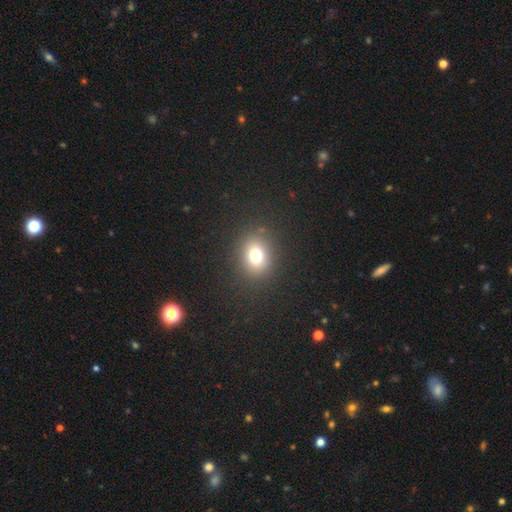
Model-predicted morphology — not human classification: Smooth or featured?
  - smooth: 75% *
  - star or artifact: 16%
  - featured or disk: 10%
How rounded?
  - round: 60% *
  - in between: 39%
  - cigar-shaped: 1%
Merging?
  - none: 87% *
  - minor disturbance: 8%
  - major disturbance: 4%
  - merger: 1%